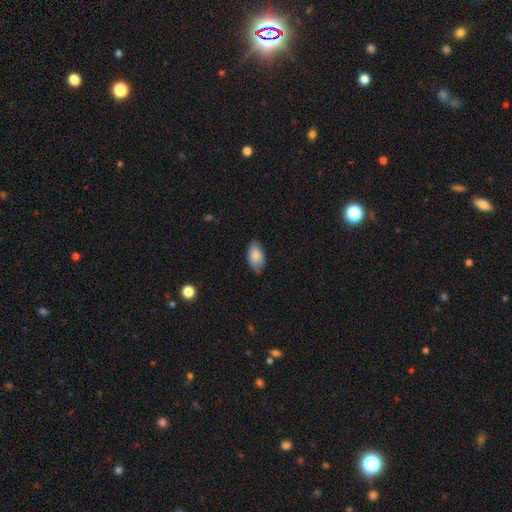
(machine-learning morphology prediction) smooth 84%, featured or disk 9%, star or artifact 6%. Down the decision tree: how rounded — in between (94%); merging — none (76%).